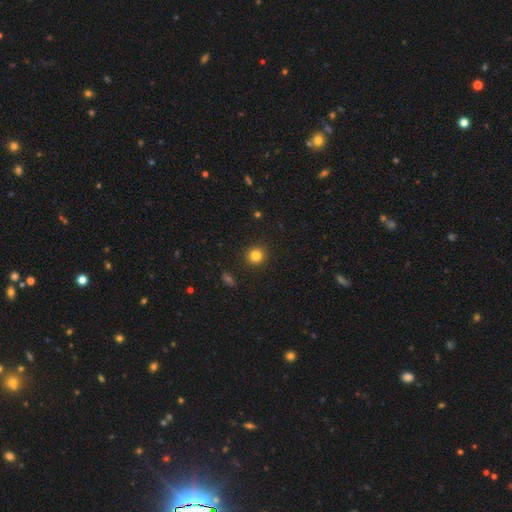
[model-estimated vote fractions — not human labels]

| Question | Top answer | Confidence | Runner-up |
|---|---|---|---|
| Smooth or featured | smooth | 83% | star or artifact (12%) |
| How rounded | round | 92% | in between (7%) |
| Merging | none | 92% | minor disturbance (5%) |